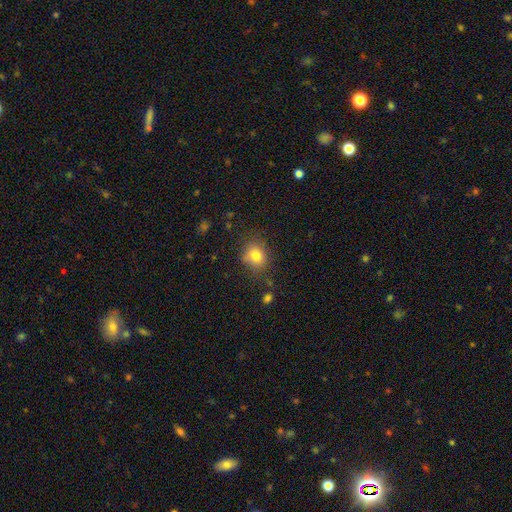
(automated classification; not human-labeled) Morphology: type=smooth (80%); roundness=round (66%); merging=none (78%).